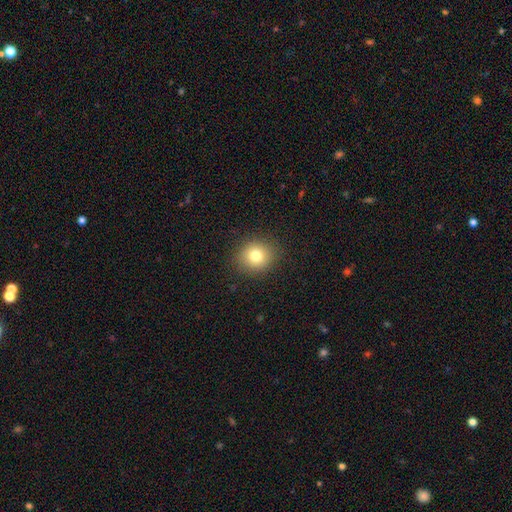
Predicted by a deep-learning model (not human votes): Smooth or featured?
  - smooth: 79% *
  - star or artifact: 12%
  - featured or disk: 9%
How rounded?
  - round: 80% *
  - in between: 19%
  - cigar-shaped: 1%
Merging?
  - none: 89% *
  - minor disturbance: 7%
  - major disturbance: 3%
  - merger: 1%